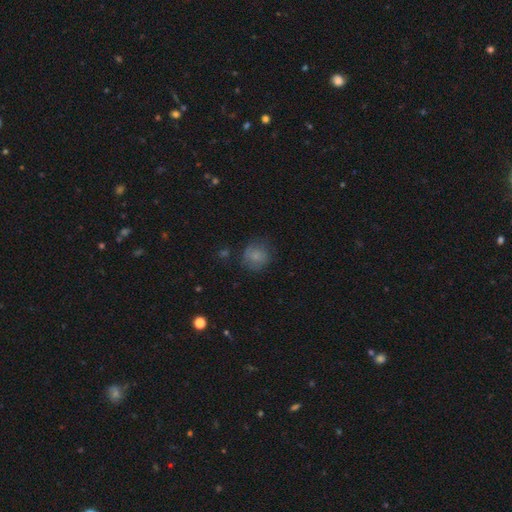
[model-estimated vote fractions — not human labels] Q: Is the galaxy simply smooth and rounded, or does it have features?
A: smooth — 77%.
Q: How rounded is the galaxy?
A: round — 84%.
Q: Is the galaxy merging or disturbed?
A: none — 69%.